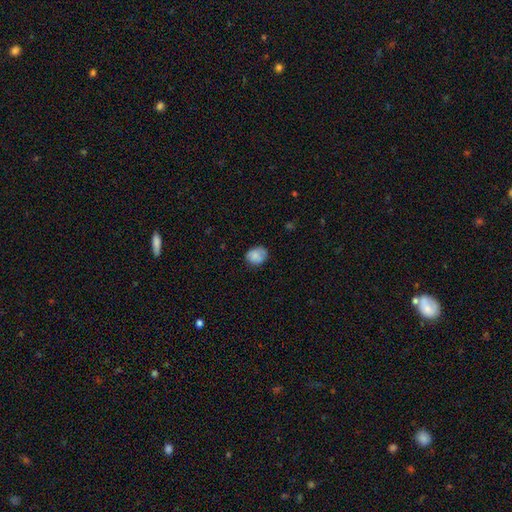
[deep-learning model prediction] A smooth galaxy with no disk features (76%) that is round (53%).

Vote fractions:
- Smooth or featured? smooth: 76% / featured or disk: 15% / star or artifact: 9%
- How rounded? round: 53% / in between: 46% / cigar-shaped: 1%
- Merging? none: 63% / minor disturbance: 27% / major disturbance: 7% / merger: 3%